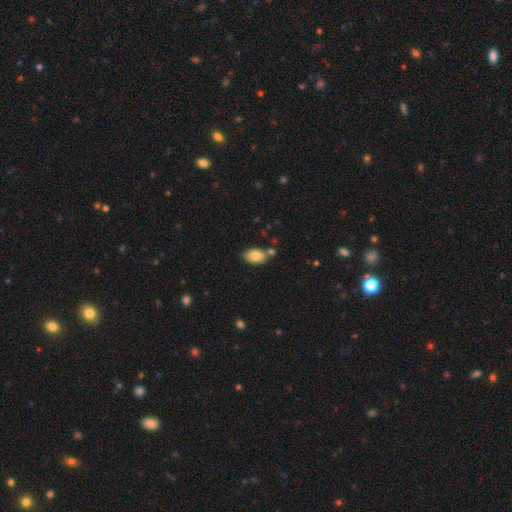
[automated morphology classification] This is clearly a smooth galaxy (83%). How rounded: clearly in between (89%). Merging: likely none (67%).